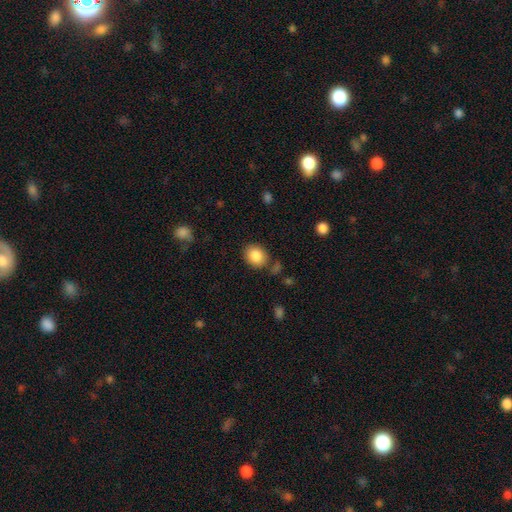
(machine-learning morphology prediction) Q: Smooth or featured?
A: smooth (86%); runner-up: star or artifact (8%)
Q: How rounded?
A: round (63%); runner-up: in between (37%)
Q: Merging?
A: none (81%); runner-up: minor disturbance (11%)